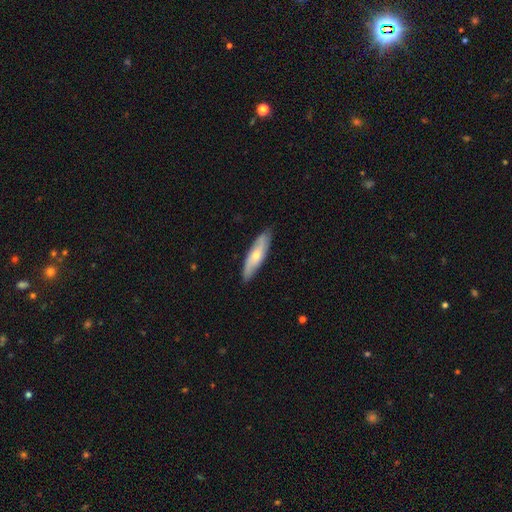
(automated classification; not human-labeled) Overall: featured or disk (48%; smooth 46%). Merging: none (86%).